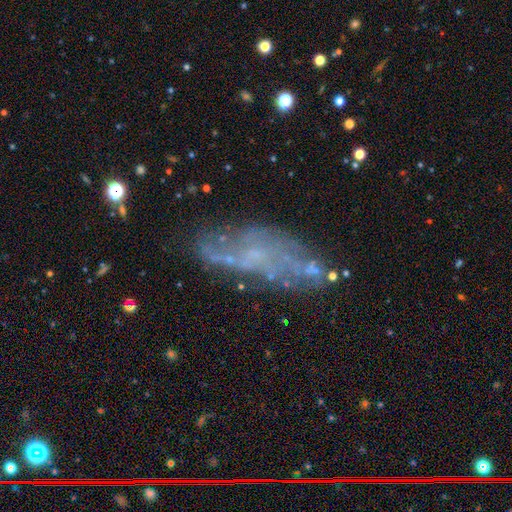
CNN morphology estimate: Smooth or featured: featured or disk — 62% (smooth — 25%)
Edge-on disk: no — 87% (yes — 13%)
Bar: no — 79% (weak — 17%)
Spiral arms: no — 55% (yes — 45%)
Bulge size: none — 56% (small — 34%)
Merging: none — 62% (minor disturbance — 20%)